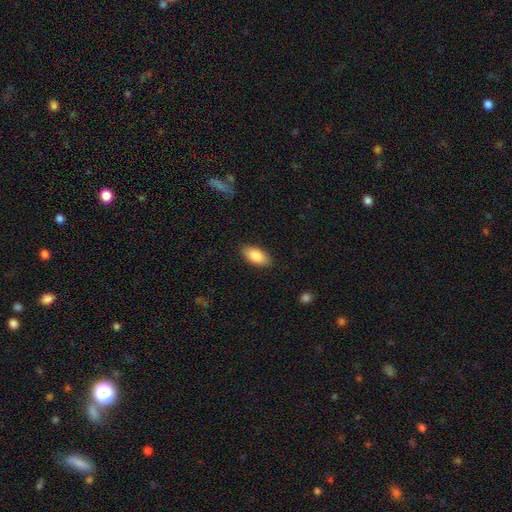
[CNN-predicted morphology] The model was most divided on "merging": none: 88%, minor disturbance: 9%, major disturbance: 2%, merger: 1%. More confident: how rounded — in between (91%); smooth or featured — smooth (87%).